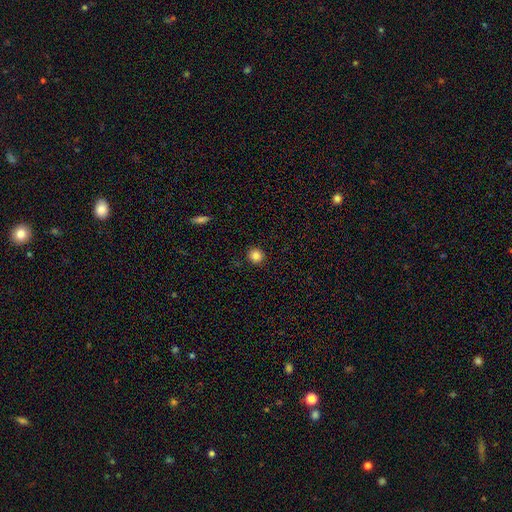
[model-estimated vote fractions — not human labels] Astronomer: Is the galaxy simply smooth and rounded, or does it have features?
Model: smooth — 84%.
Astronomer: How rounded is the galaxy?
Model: round — 92%.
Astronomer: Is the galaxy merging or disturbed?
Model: none — 91%.